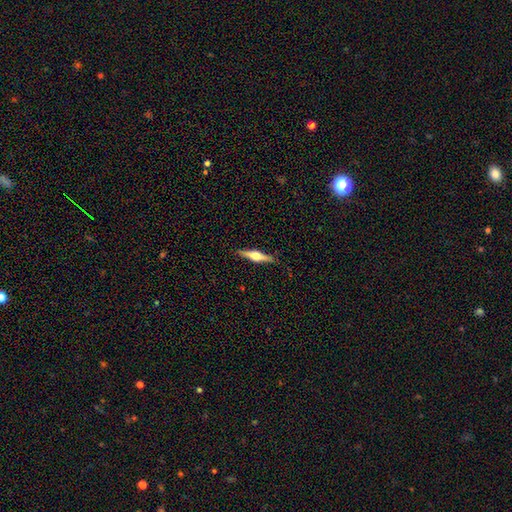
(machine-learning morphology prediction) Smooth or featured: featured or disk — 68% (smooth — 27%)
Edge-on disk: yes — 98% (no — 2%)
Edge-on bulge: rounded — 93% (boxy — 5%)
Merging: none — 90% (minor disturbance — 7%)